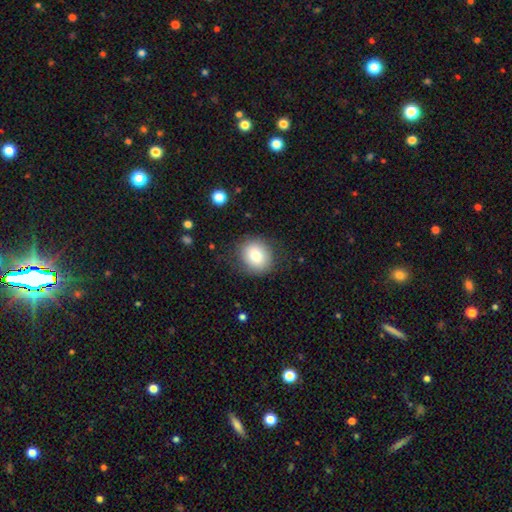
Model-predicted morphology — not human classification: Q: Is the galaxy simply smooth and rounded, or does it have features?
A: smooth — 78%.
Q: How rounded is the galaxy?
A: round — 77%.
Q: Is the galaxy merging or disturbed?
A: none — 81%.